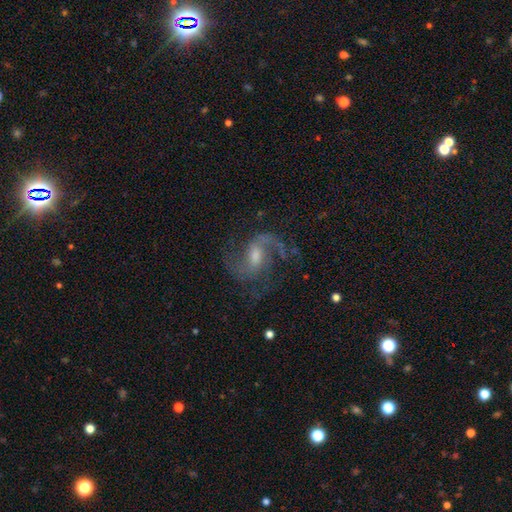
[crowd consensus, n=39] Smooth or featured? 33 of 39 (85%) said featured or disk. Edge-on disk? 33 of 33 (100%) said no. Bar? 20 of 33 (61%) said weak. Spiral arms? 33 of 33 (100%) said yes. Spiral winding? 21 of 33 (64%) said medium. Spiral arm count? 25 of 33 (76%) said 2. Bulge size? 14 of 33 (42%) said moderate. Merging? 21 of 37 (57%) said none.